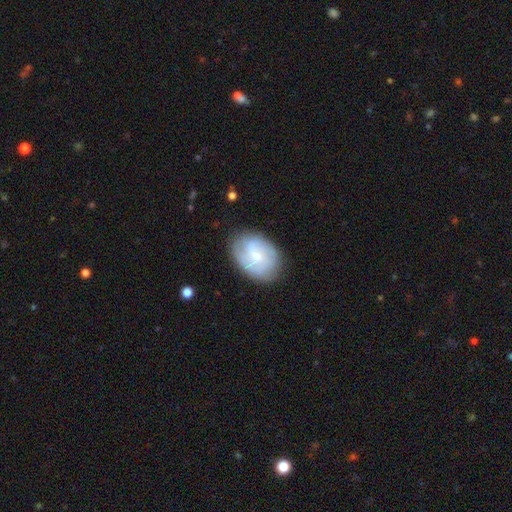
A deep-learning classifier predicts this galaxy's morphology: Smooth or featured? featured or disk (56%)
Edge-on disk? no (97%)
Bar? no (51%)
Spiral arms? yes (82%)
Bulge size? small (57%)
Merging? none (75%)